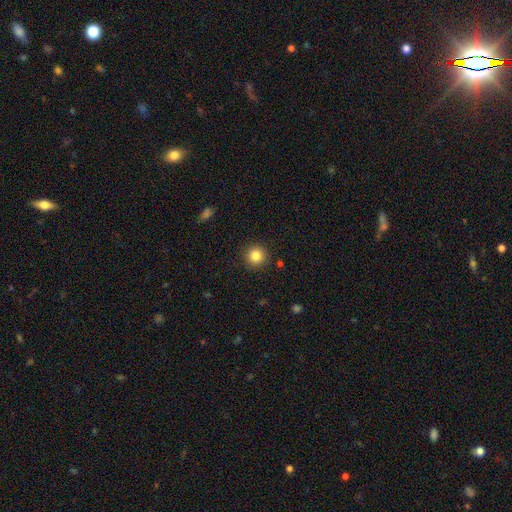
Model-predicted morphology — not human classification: This appears to be a smooth galaxy with no disk features (84%) that is round (95%). Merging: none (92%).